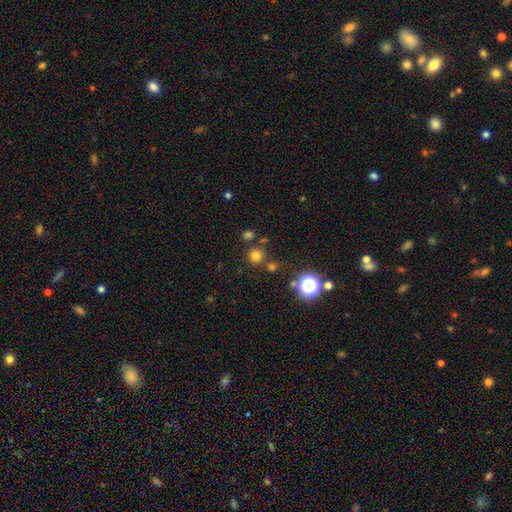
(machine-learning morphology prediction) Overall: smooth (73%). How rounded: round (94%). Merging: none (80%).